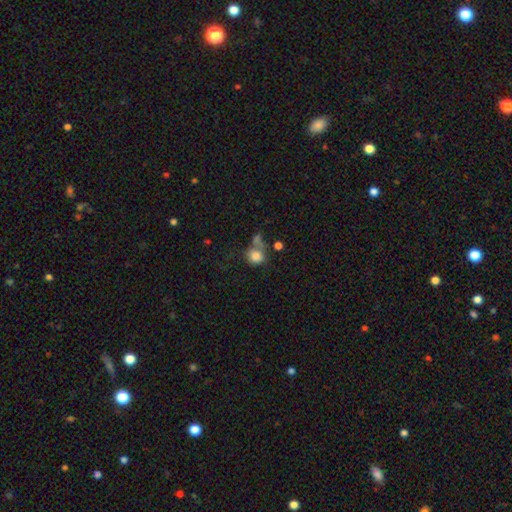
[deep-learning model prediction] Overall: smooth (81%). How rounded: round (82%). Merging: none (44%; merger 30%).